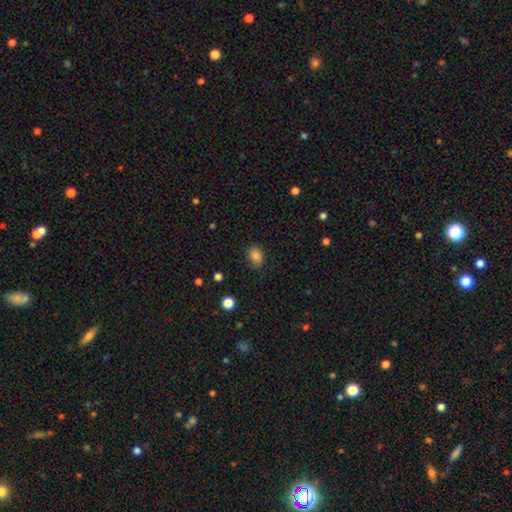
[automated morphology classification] smooth_or_featured: smooth (p=0.85) [alt: star or artifact p=0.10]
how_rounded: in between (p=0.69) [alt: round p=0.30]
merging: none (p=0.77) [alt: minor disturbance p=0.17]